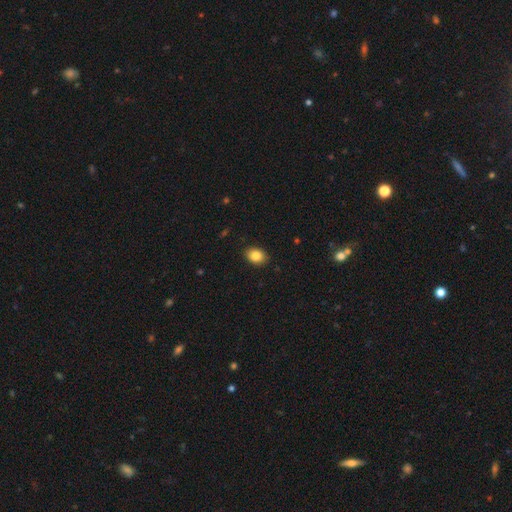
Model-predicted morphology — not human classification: Q: Smooth or featured?
A: smooth (86%); runner-up: star or artifact (8%)
Q: How rounded?
A: in between (71%); runner-up: round (28%)
Q: Merging?
A: none (89%); runner-up: minor disturbance (9%)